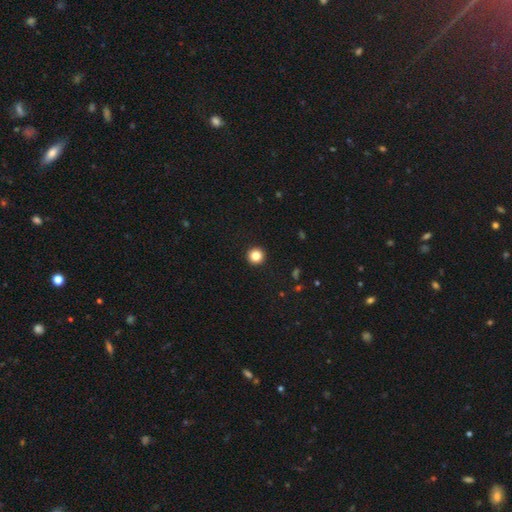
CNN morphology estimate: Overall: smooth (84%). How rounded: round (96%). Merging: none (94%).